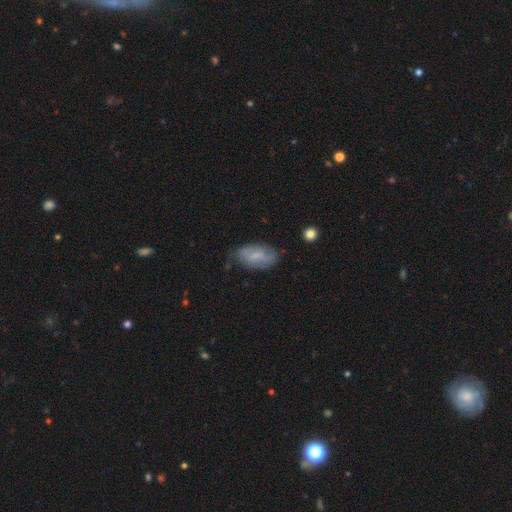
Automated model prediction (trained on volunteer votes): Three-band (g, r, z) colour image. It shows a smooth galaxy with no disk features (57%) that is in between round and cigar-shaped (92%). Merging: none (62%).